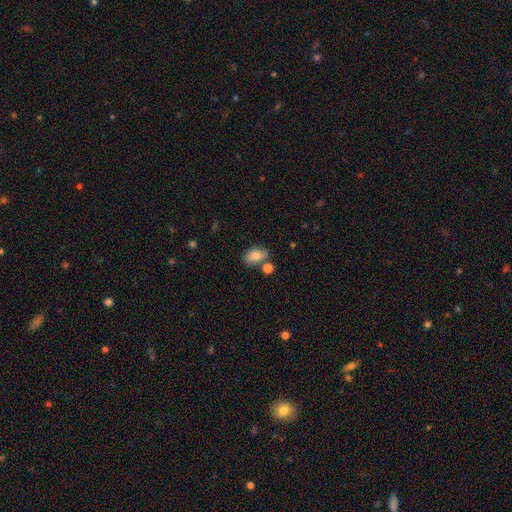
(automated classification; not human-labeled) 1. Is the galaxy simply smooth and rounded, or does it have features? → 80% smooth, 12% featured or disk, 9% star or artifact.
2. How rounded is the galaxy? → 88% in between, 10% round, 2% cigar-shaped.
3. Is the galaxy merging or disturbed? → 58% none, 20% minor disturbance, 17% merger, 6% major disturbance.